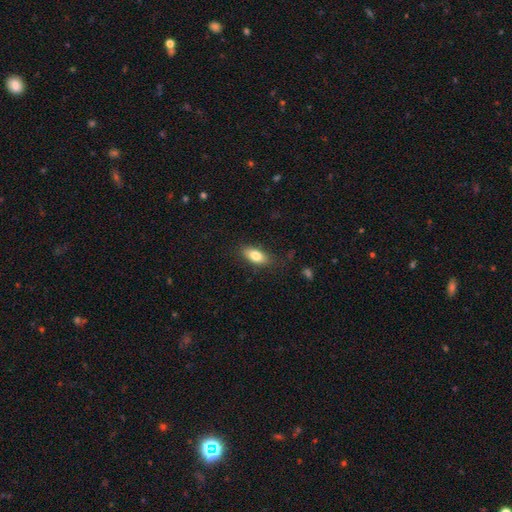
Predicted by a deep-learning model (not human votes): Q: Smooth or featured?
A: smooth (78%); runner-up: featured or disk (14%)
Q: How rounded?
A: in between (85%); runner-up: cigar-shaped (11%)
Q: Merging?
A: none (82%); runner-up: minor disturbance (14%)